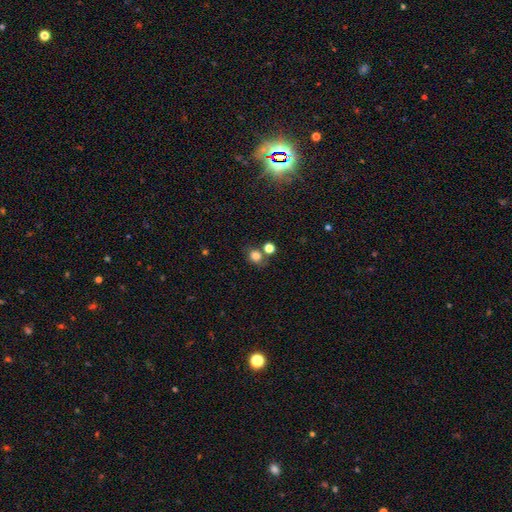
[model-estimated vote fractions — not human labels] A smooth galaxy with no disk features (78%) that is round (69%). Merging: none (58%).